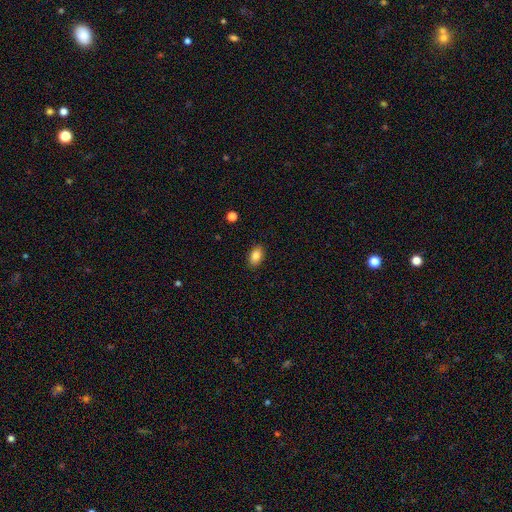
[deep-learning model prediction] smooth-or-featured: smooth: 85% | star or artifact: 8% | featured or disk: 6%
  how-rounded: in between: 88% | round: 10% | cigar-shaped: 2%
  merging: none: 88% | minor disturbance: 9% | major disturbance: 2% | merger: 1%